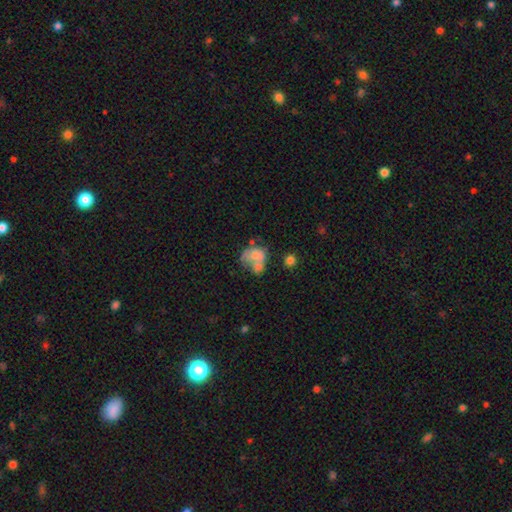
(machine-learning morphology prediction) smooth 57%, featured or disk 33%, star or artifact 10%. Down the decision tree: how rounded — in between (57%); merging — merger (49%).